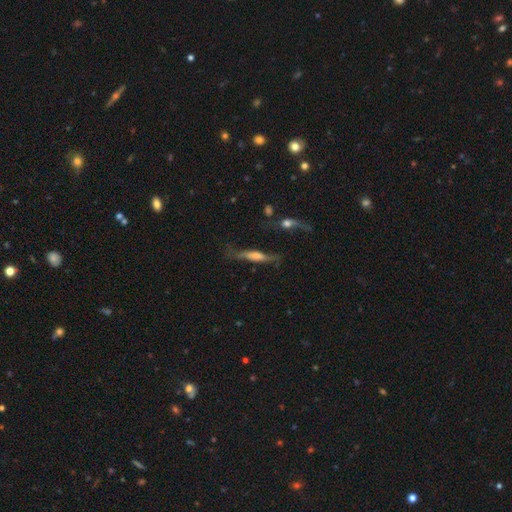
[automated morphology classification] type=featured or disk (57%); edge-on=yes (82%); merging=none (57%).